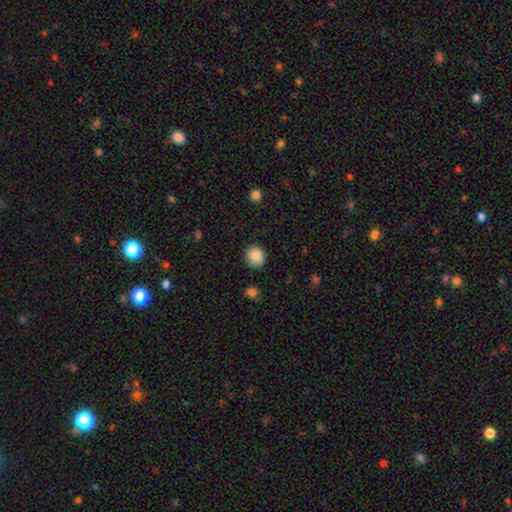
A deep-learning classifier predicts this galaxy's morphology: Smooth or featured: smooth — 87% (star or artifact — 8%)
How rounded: round — 86% (in between — 13%)
Merging: none — 89% (minor disturbance — 7%)